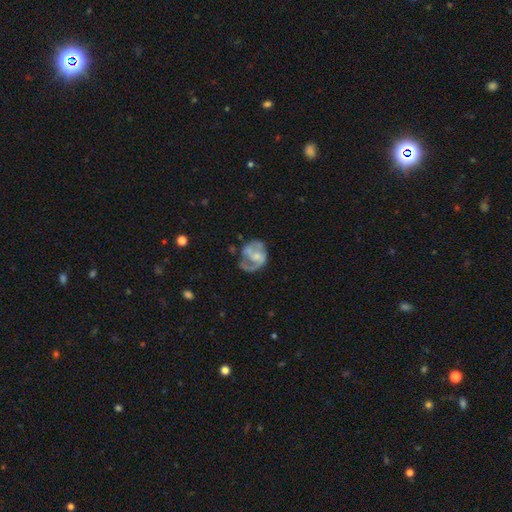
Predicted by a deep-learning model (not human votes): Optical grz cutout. It shows a featured or disk galaxy (71%) with no bar (59%), 2 (57%) medium (45%) spiral arms (74%) and a small central bulge (45%). Merging: none (47%).